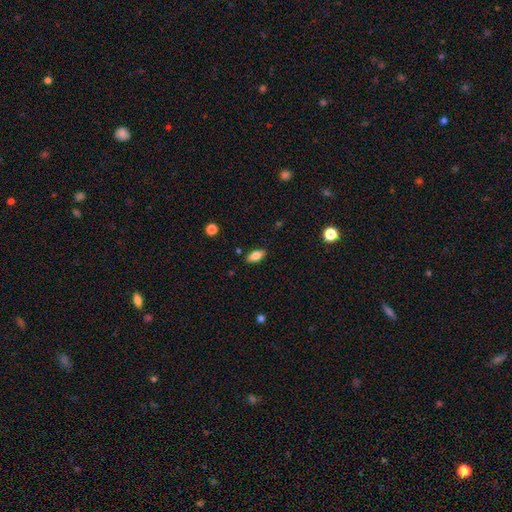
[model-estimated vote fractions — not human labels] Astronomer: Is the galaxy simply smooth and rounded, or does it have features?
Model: smooth — 81%.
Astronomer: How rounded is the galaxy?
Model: in between — 89%.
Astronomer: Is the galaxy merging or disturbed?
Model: none — 87%.